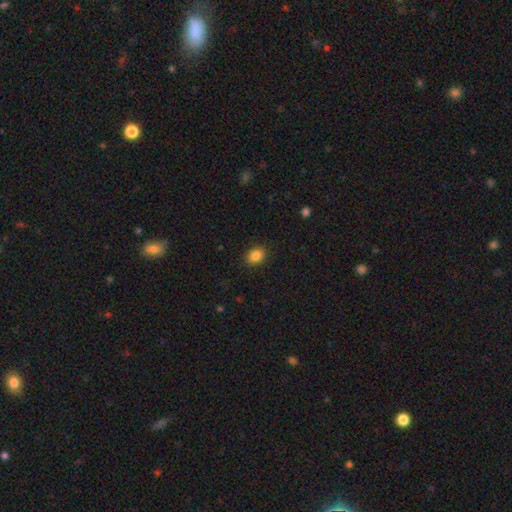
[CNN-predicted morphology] smooth 86%, star or artifact 10%, featured or disk 4%. Down the decision tree: how rounded — in between (60%); merging — none (88%).